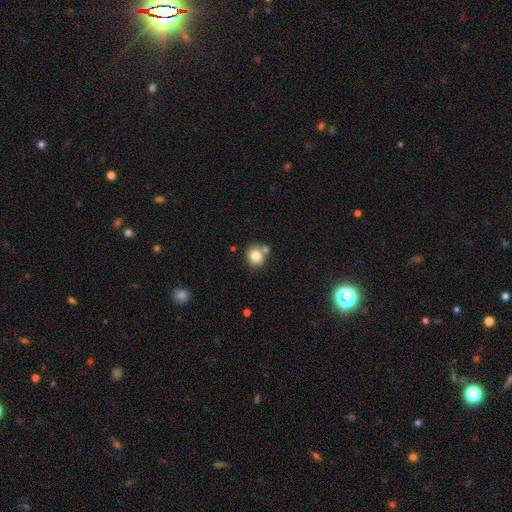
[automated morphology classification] Smooth or featured? Predicted: smooth (p=0.81). How rounded? Predicted: round (p=0.84). Merging? Predicted: none (p=0.67).